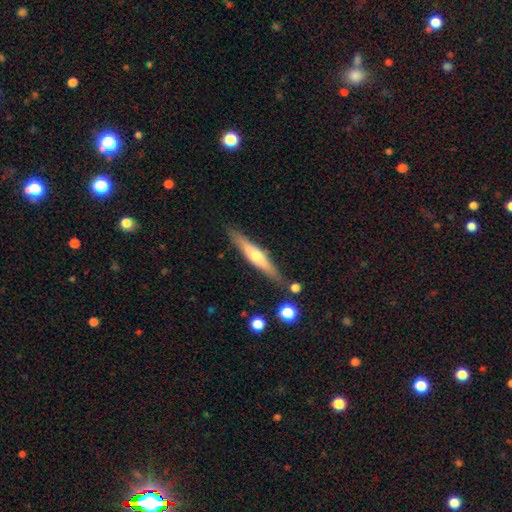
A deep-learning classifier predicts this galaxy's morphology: This is possibly a featured or disk galaxy (59%). It is clearly viewed edge-on (96%). Edge-on bulge: clearly rounded (86%). Merging: clearly none (83%).